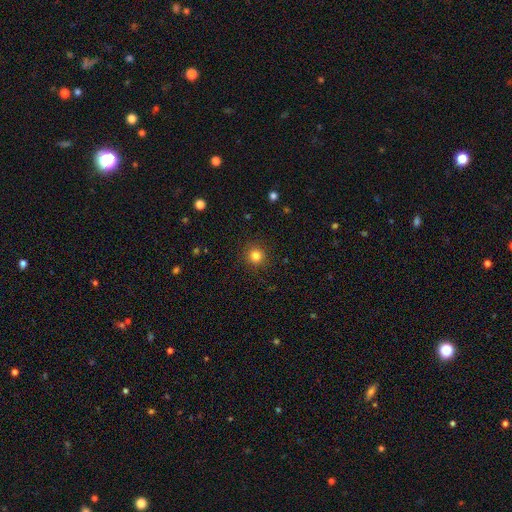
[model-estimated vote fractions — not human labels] Smooth or featured? smooth (82%)
How rounded? round (94%)
Merging? none (91%)